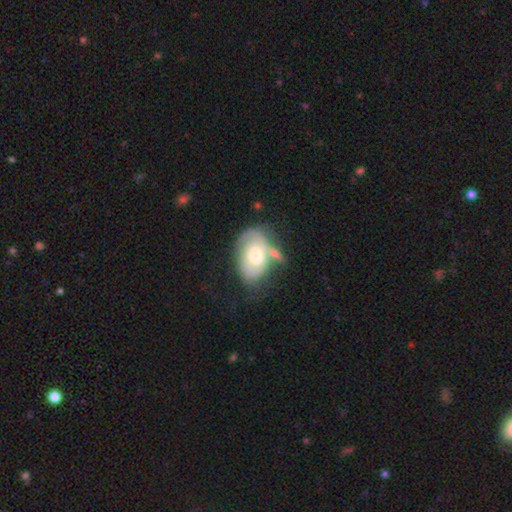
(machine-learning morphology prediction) Smooth or featured: featured or disk — 59% (smooth — 35%)
Edge-on disk: no — 95% (yes — 5%)
Bar: no — 71% (weak — 24%)
Spiral arms: yes — 75% (no — 25%)
Bulge size: moderate — 57% (small — 20%)
Merging: none — 39% (minor disturbance — 23%)